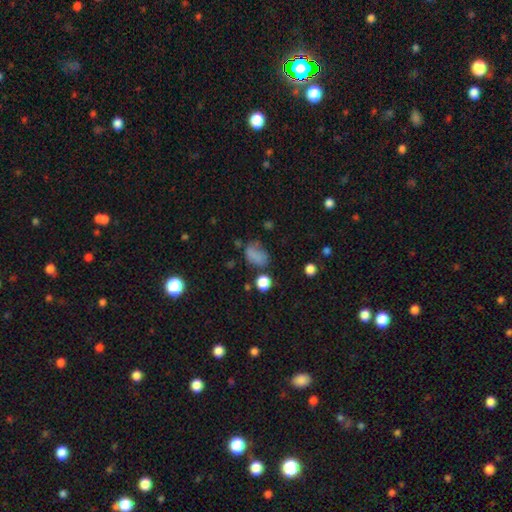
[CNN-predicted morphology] type=smooth (74%); roundness=in between (75%); merging=none (47%).